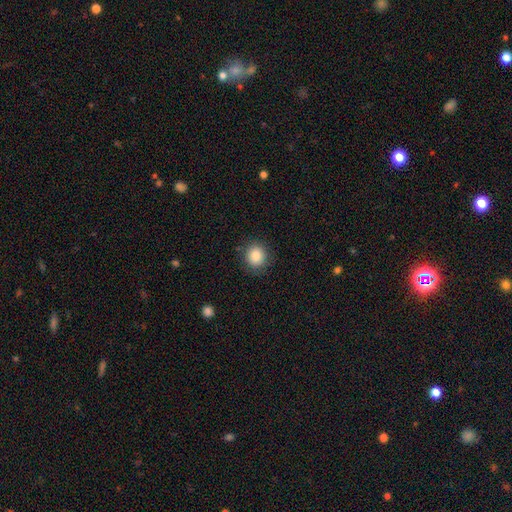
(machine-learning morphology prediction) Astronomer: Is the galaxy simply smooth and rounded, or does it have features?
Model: smooth — 85%.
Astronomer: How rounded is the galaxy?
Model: round — 84%.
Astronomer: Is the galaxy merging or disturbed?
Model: none — 87%.